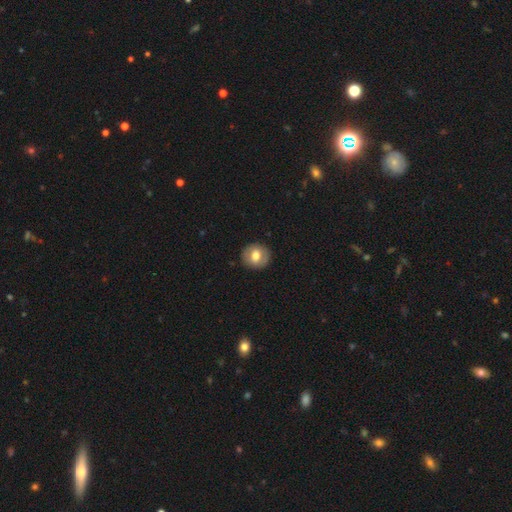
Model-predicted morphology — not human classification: type=smooth (66%); roundness=round (85%); merging=none (89%).